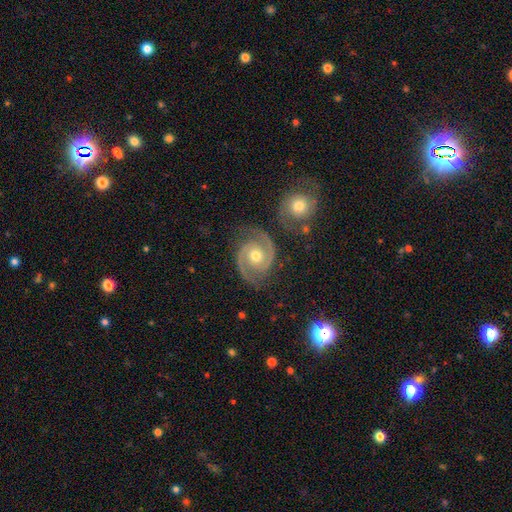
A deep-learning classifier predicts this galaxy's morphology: This appears to be a featured or disk galaxy (93%) with no bar (70%), 2 (94%) medium (48%) spiral arms (99%) and a moderate central bulge (72%). Merging: none (80%).